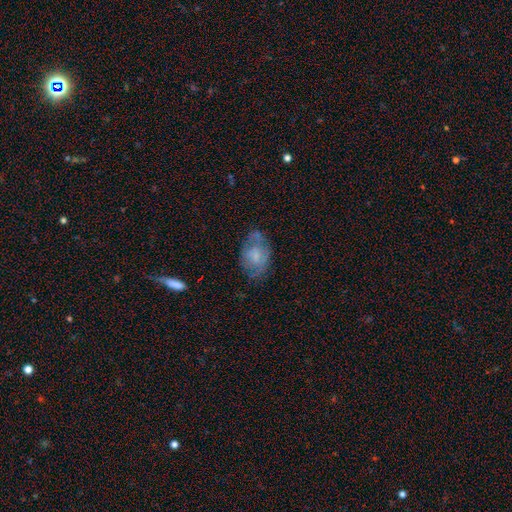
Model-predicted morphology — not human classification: Overall: smooth (50%; featured or disk 42%). Merging: none (53%; minor disturbance 28%).